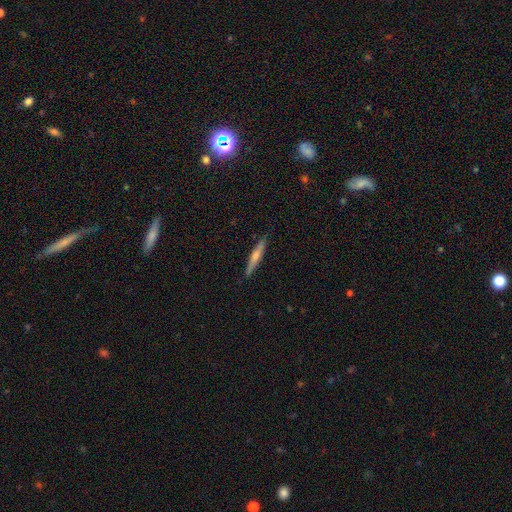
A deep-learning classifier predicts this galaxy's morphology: Overall: smooth (55%; featured or disk 39%). How rounded: cigar-shaped (93%). Merging: none (88%).